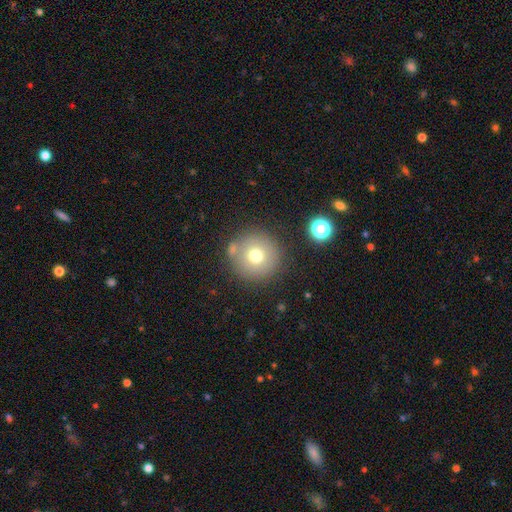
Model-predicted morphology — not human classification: Smooth or featured? Predicted: smooth (p=0.72). How rounded? Predicted: round (p=0.96). Merging? Predicted: none (p=0.79).